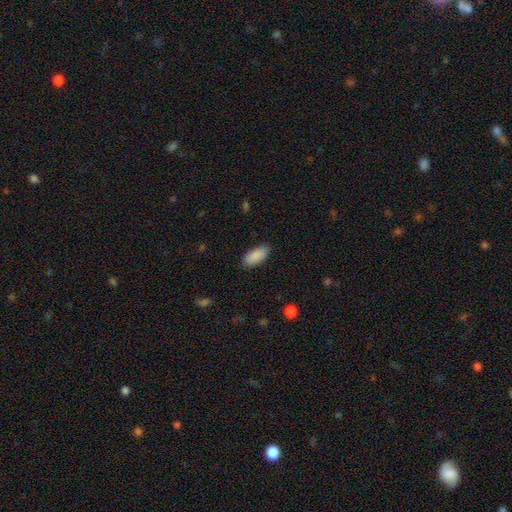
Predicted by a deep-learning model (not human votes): This is clearly a smooth galaxy (90%). How rounded: clearly in between (89%). Merging: clearly none (86%).